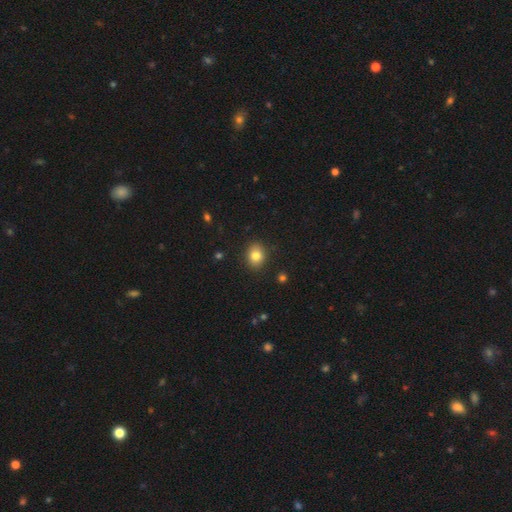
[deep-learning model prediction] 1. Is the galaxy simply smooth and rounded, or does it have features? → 81% smooth, 11% star or artifact, 8% featured or disk.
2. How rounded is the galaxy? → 54% round, 45% in between, 1% cigar-shaped.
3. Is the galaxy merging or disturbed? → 89% none, 8% minor disturbance, 2% major disturbance, 1% merger.